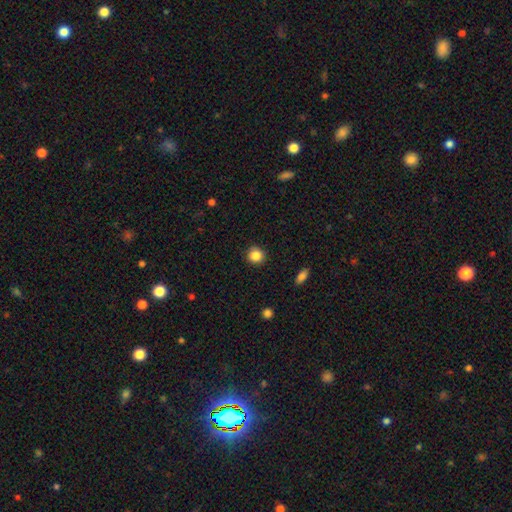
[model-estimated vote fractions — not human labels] Q: Smooth or featured?
A: smooth (86%); runner-up: star or artifact (10%)
Q: How rounded?
A: round (91%); runner-up: in between (8%)
Q: Merging?
A: none (90%); runner-up: minor disturbance (7%)